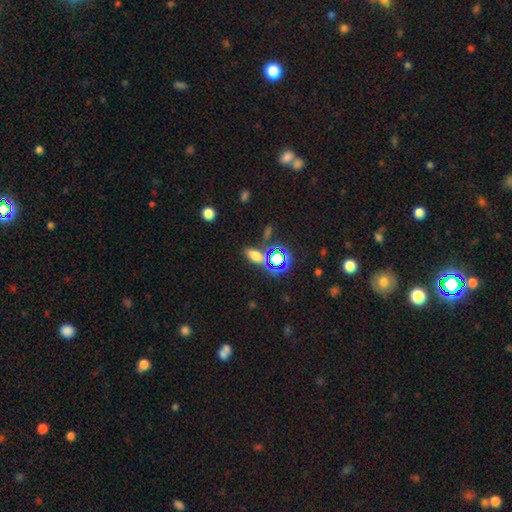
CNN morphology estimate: smooth_or_featured: smooth (p=0.60) [alt: star or artifact p=0.27]
how_rounded: in between (p=0.72) [alt: cigar-shaped p=0.15]
merging: none (p=0.72) [alt: merger p=0.12]